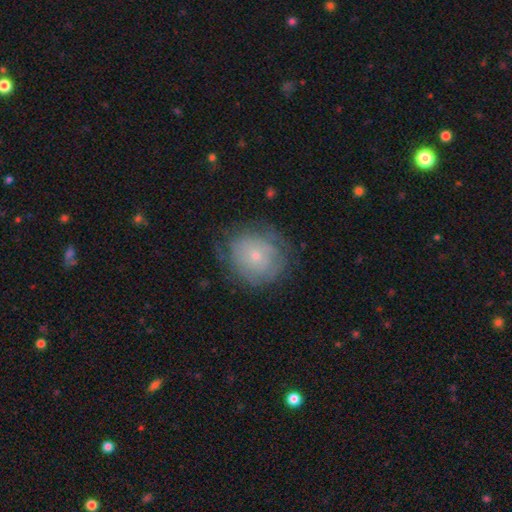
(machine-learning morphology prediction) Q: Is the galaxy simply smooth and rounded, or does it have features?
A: smooth — 46%.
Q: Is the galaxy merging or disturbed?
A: none — 70%.